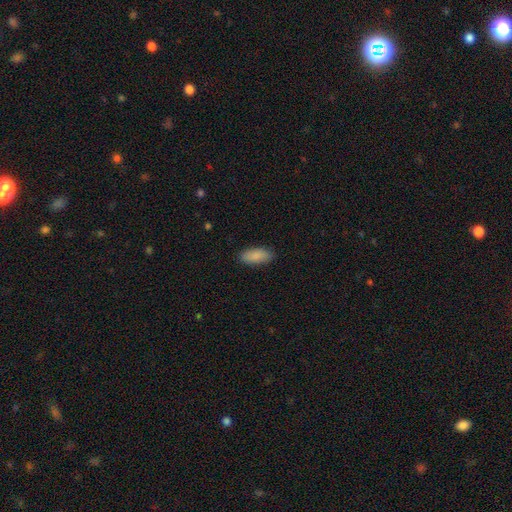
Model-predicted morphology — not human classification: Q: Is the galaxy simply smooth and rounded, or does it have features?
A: smooth — 89%.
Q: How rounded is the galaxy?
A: in between — 85%.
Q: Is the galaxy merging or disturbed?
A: none — 88%.